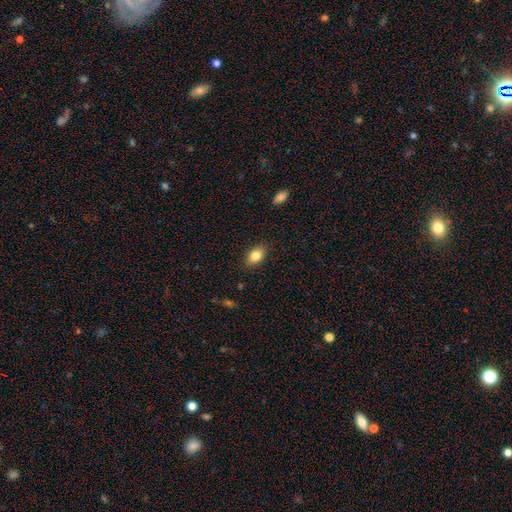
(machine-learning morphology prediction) The model was most divided on "smooth or featured": smooth: 81%, featured or disk: 10%, star or artifact: 8%. More confident: merging — none (86%); how rounded — in between (85%).